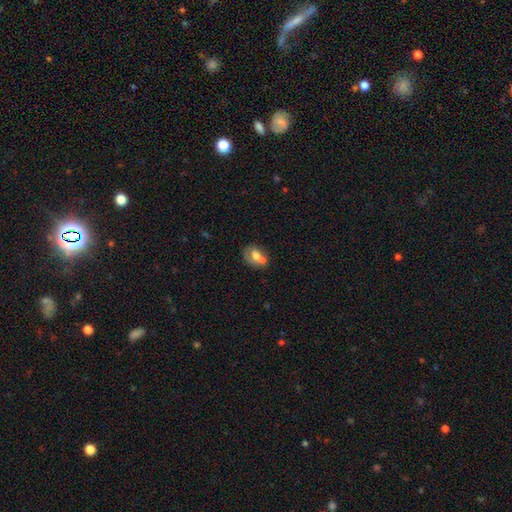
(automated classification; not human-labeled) smooth 59%, featured or disk 32%, star or artifact 8%. Down the decision tree: how rounded — in between (59%); merging — merger (54%).